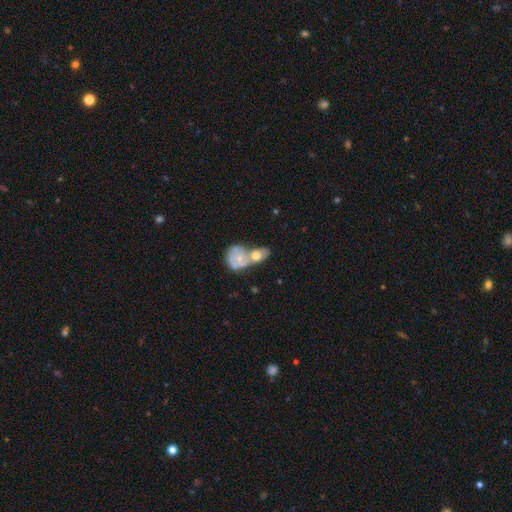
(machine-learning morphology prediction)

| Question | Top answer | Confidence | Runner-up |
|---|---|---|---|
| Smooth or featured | smooth | 51% | featured or disk (41%) |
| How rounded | in between | 61% | round (36%) |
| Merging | merger | 68% | none (18%) |